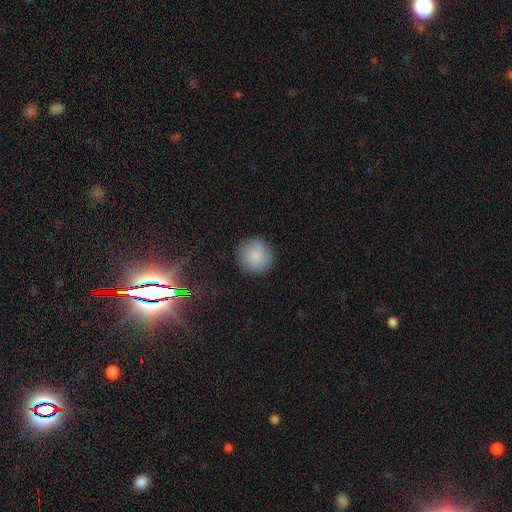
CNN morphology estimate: Smooth or featured? Predicted: smooth (p=0.85). How rounded? Predicted: round (p=0.94). Merging? Predicted: none (p=0.87).